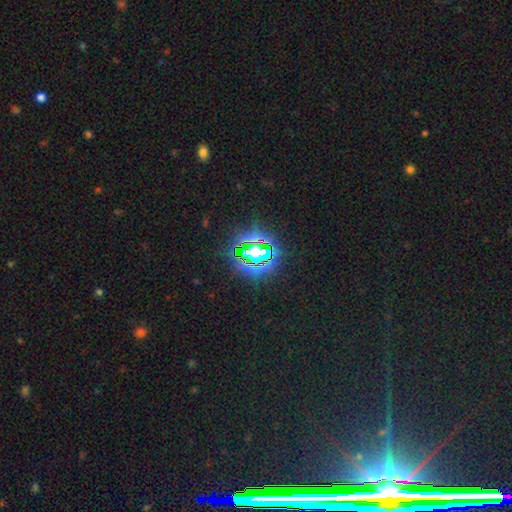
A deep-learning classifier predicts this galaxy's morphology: Overall: star or artifact (74%).